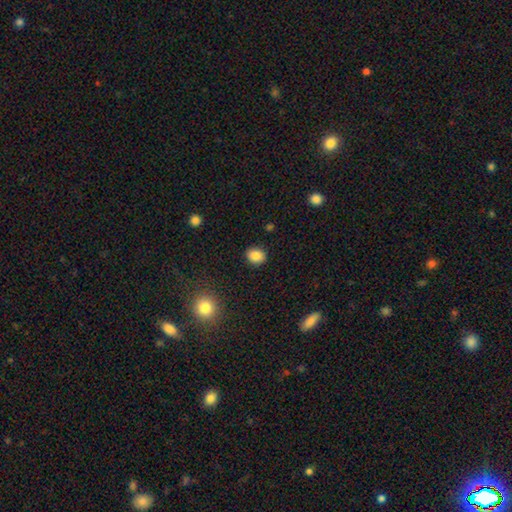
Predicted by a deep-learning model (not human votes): Q: Smooth or featured?
A: smooth (86%); runner-up: star or artifact (10%)
Q: How rounded?
A: round (56%); runner-up: in between (43%)
Q: Merging?
A: none (89%); runner-up: minor disturbance (7%)